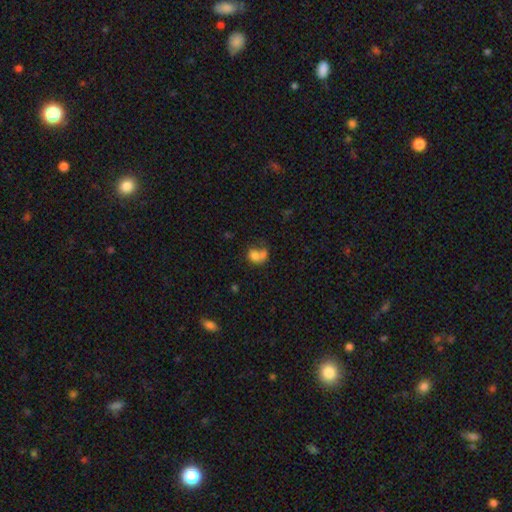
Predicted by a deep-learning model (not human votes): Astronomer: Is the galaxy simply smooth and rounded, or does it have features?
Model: smooth — 70%.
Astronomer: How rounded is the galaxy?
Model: round — 53% (runner-up: in between, 46%).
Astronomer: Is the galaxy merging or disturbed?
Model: merger — 52%.